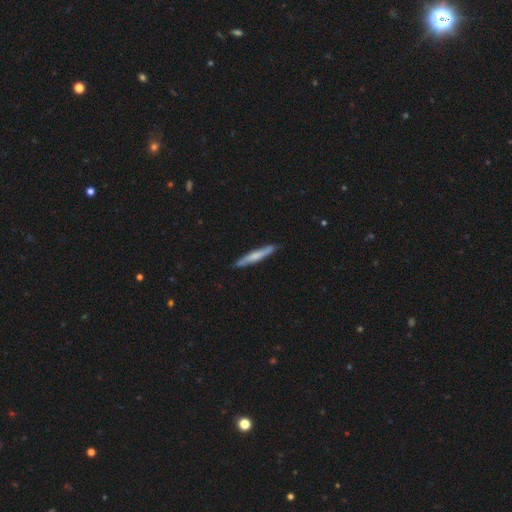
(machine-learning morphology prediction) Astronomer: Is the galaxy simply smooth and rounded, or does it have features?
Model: smooth — 58% (runner-up: featured or disk, 37%).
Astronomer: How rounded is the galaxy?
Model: cigar-shaped — 95%.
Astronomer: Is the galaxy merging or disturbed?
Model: none — 87%.